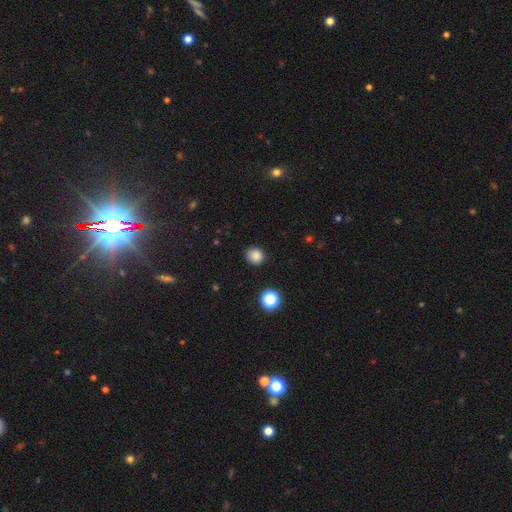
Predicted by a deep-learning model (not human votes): Morphology: type=smooth (84%); roundness=round (79%); merging=none (87%).